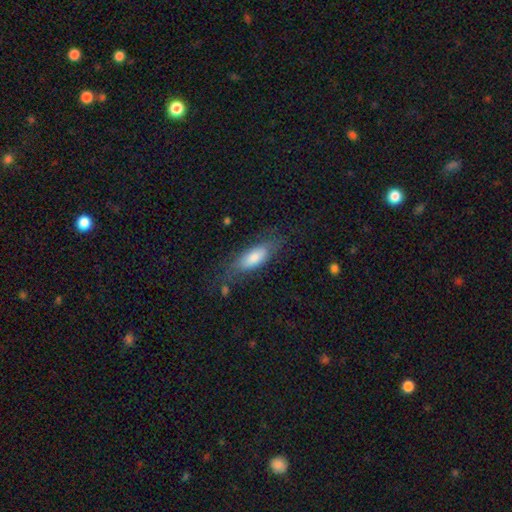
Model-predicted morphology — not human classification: Smooth or featured: smooth — 70% (featured or disk — 23%)
How rounded: in between — 72% (cigar-shaped — 25%)
Merging: none — 65% (minor disturbance — 21%)